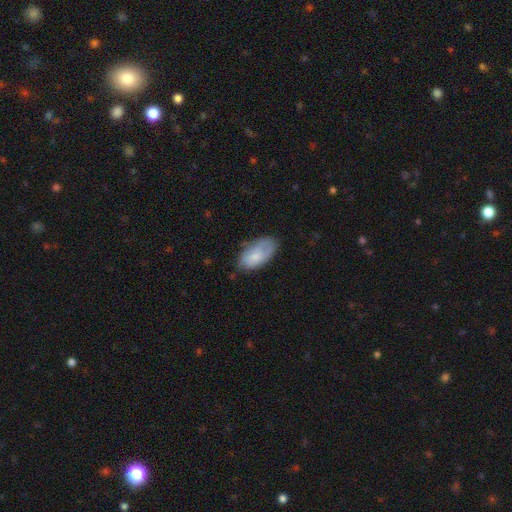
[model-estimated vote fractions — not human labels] Overall: smooth (72%). How rounded: in between (94%). Merging: none (62%; minor disturbance 28%).